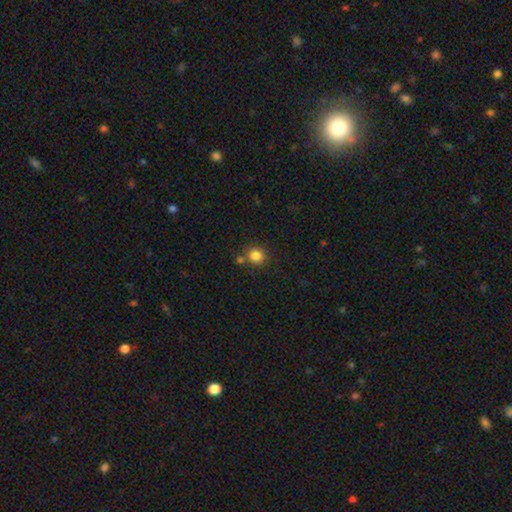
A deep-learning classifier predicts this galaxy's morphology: This is clearly a smooth galaxy (84%). How rounded: clearly round (83%). Merging: likely none (74%).